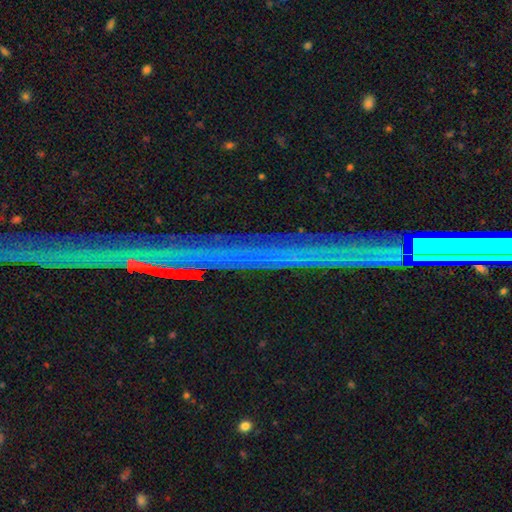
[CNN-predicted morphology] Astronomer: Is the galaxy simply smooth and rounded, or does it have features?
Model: star or artifact — 79%.